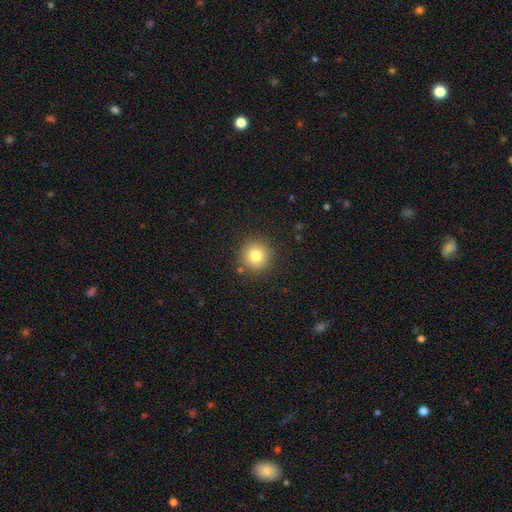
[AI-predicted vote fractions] smooth_or_featured: smooth (p=0.80) [alt: star or artifact p=0.12]
how_rounded: round (p=0.94) [alt: in between p=0.05]
merging: none (p=0.89) [alt: minor disturbance p=0.07]